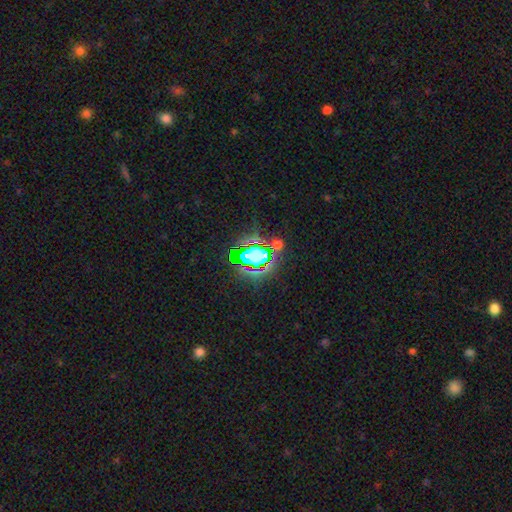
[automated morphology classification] star or artifact 56%, smooth 26%, featured or disk 18%.